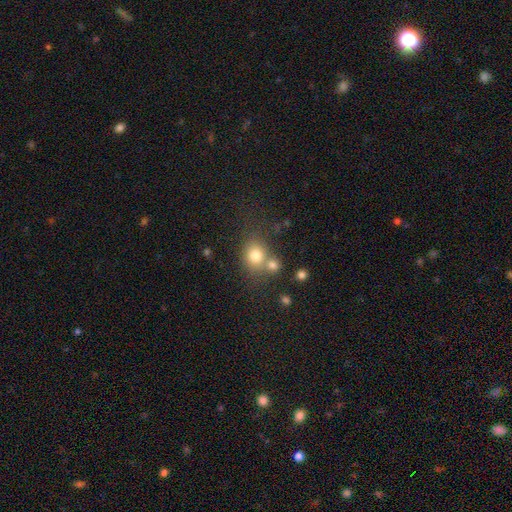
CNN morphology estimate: The model was most divided on "merging": none: 50%, merger: 34%, minor disturbance: 11%, major disturbance: 5%. More confident: smooth or featured — smooth (77%); how rounded — round (68%).